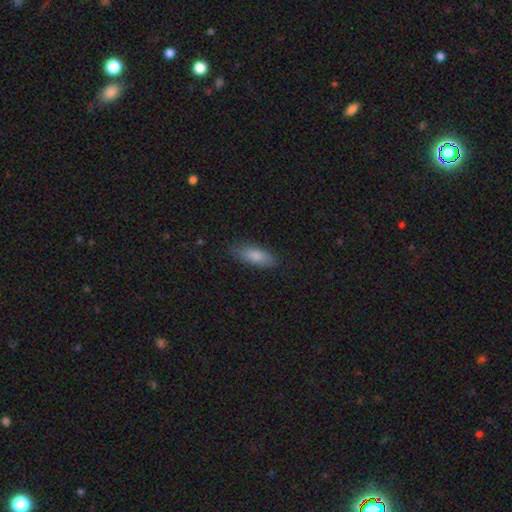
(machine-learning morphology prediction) smooth-or-featured: smooth: 82% | featured or disk: 12% | star or artifact: 7%
  how-rounded: in between: 74% | cigar-shaped: 24% | round: 2%
  merging: none: 81% | minor disturbance: 15% | major disturbance: 3% | merger: 1%